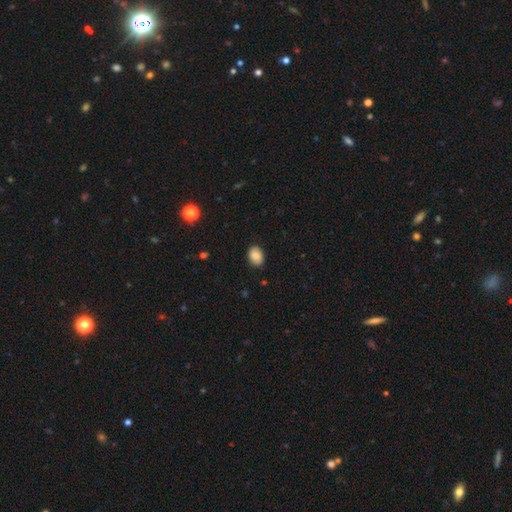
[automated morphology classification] Overall: smooth (85%). How rounded: in between (75%). Merging: none (87%).